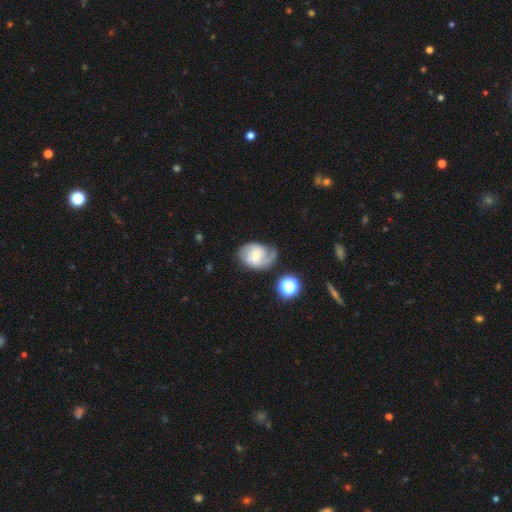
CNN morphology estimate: A featured or disk galaxy (70%) with a weak bar (55%), 2 (54%) medium (46%) spiral arms (92%) and a small central bulge (42%). Merging: none (55%).